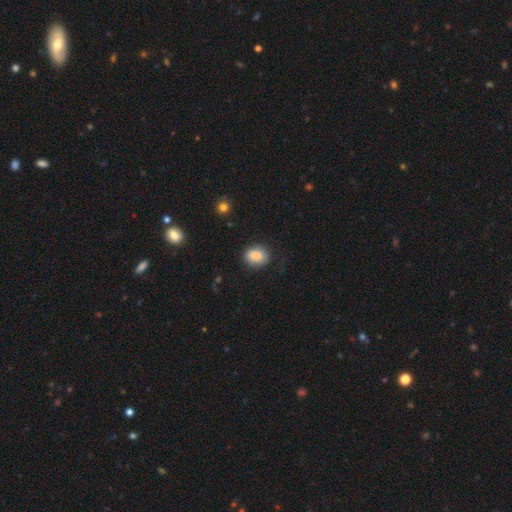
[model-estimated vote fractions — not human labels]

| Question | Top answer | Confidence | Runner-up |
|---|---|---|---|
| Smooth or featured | smooth | 86% | star or artifact (8%) |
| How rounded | round | 54% | in between (45%) |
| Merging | none | 81% | minor disturbance (14%) |